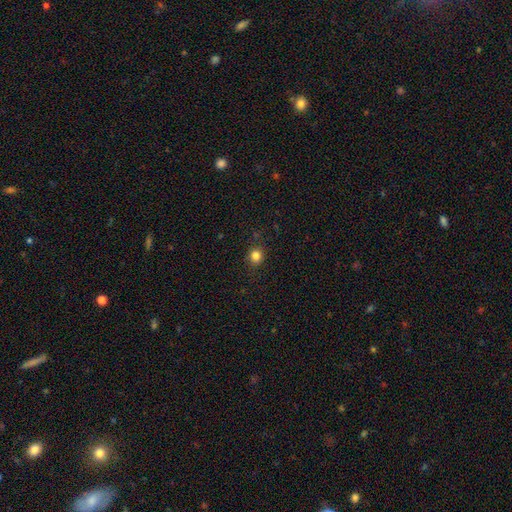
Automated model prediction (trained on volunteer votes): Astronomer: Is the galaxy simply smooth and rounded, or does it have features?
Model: smooth — 83%.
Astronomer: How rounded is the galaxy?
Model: round — 82%.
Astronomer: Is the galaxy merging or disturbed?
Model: none — 86%.